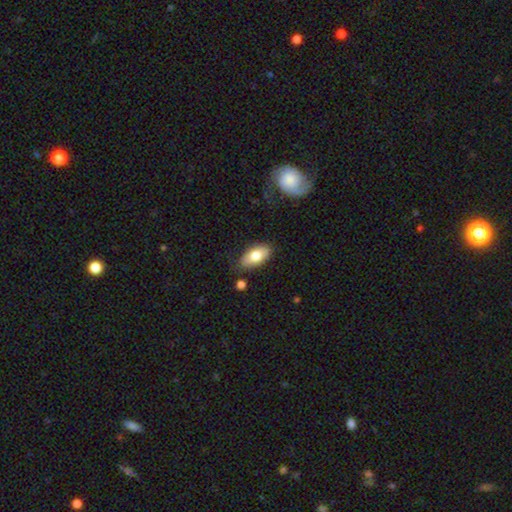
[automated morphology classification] smooth_or_featured: smooth (p=0.78) [alt: featured or disk p=0.16]
how_rounded: in between (p=0.91) [alt: cigar-shaped p=0.05]
merging: none (p=0.79) [alt: minor disturbance p=0.15]